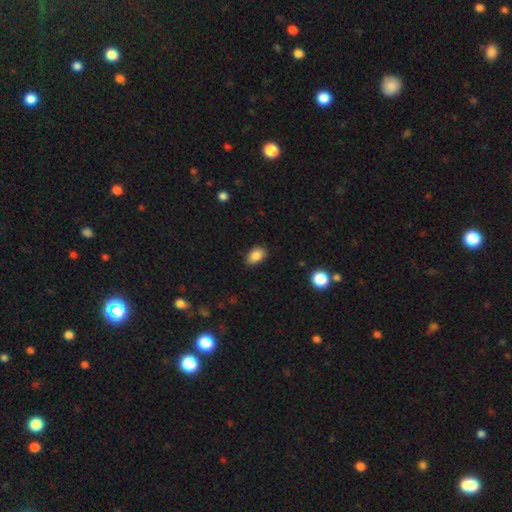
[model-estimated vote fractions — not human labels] Smooth or featured? Predicted: smooth (p=0.86). How rounded? Predicted: in between (p=0.85). Merging? Predicted: none (p=0.83).